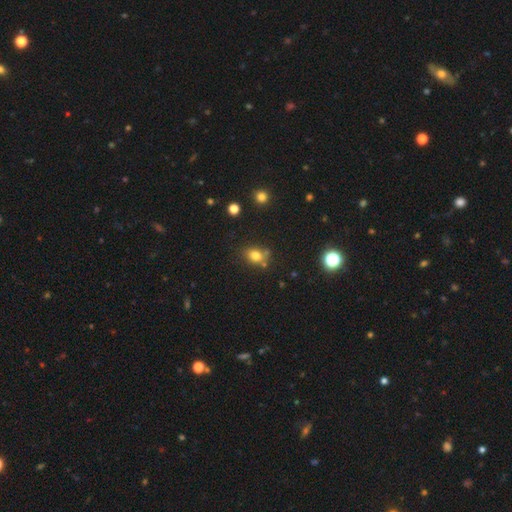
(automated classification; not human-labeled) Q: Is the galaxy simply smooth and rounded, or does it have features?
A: smooth — 77%.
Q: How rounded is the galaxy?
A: in between — 58%.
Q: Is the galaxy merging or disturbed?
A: none — 63%.